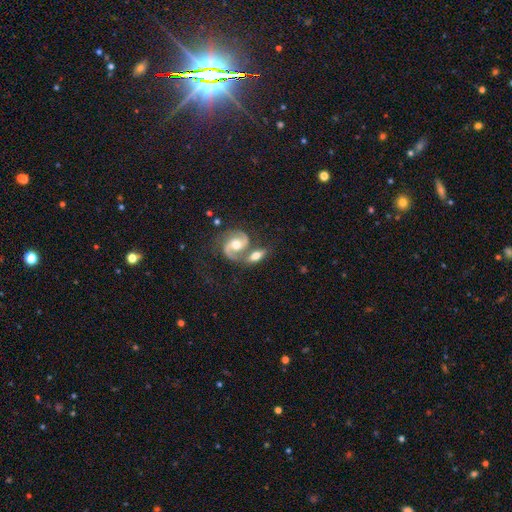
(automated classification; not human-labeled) Smooth or featured?
  - featured or disk: 66% *
  - smooth: 28%
  - star or artifact: 6%
Edge-on disk?
  - no: 91% *
  - yes: 9%
Bar?
  - no: 48% *
  - weak: 37%
  - strong: 15%
Spiral arms?
  - yes: 91% *
  - no: 9%
Spiral winding?
  - medium: 53% *
  - loose: 26%
  - tight: 22%
Spiral arm count?
  - 2: 90% *
  - can't tell: 4%
  - 1: 3%
  - 3: 1%
  - 4: 1%
  - more than 4: 1%
Bulge size?
  - moderate: 66% *
  - small: 17%
  - large: 14%
  - none: 2%
  - dominant: 2%
Merging?
  - none: 41% * (tied)
  - merger: 41% * (tied)
  - minor disturbance: 12%
  - major disturbance: 6%